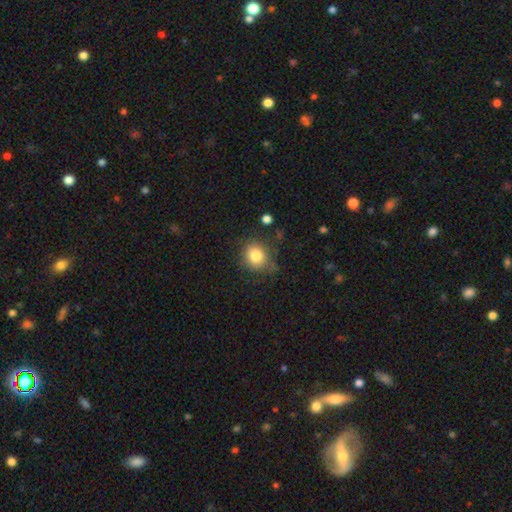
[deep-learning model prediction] This is clearly a smooth galaxy (82%). How rounded: likely round (76%). Merging: likely none (73%).